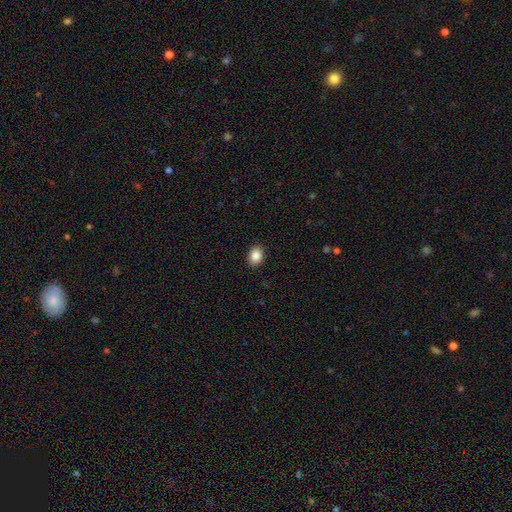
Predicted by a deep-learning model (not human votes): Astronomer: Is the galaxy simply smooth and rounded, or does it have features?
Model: smooth — 87%.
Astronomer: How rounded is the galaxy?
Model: in between — 64%.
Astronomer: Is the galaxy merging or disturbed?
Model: none — 89%.